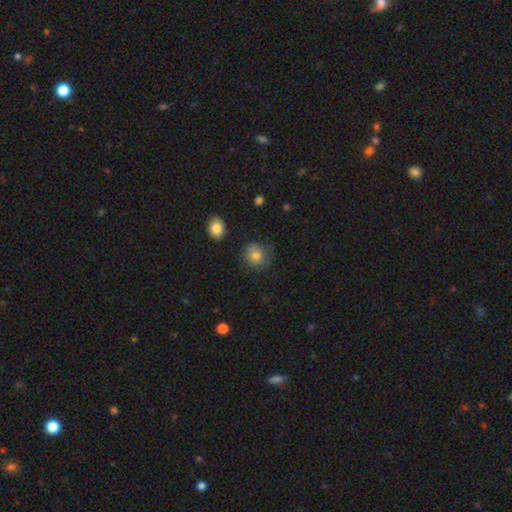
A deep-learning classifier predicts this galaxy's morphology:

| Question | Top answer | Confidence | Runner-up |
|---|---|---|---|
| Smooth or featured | smooth | 78% | featured or disk (11%) |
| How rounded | round | 86% | in between (13%) |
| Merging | none | 71% | minor disturbance (20%) |